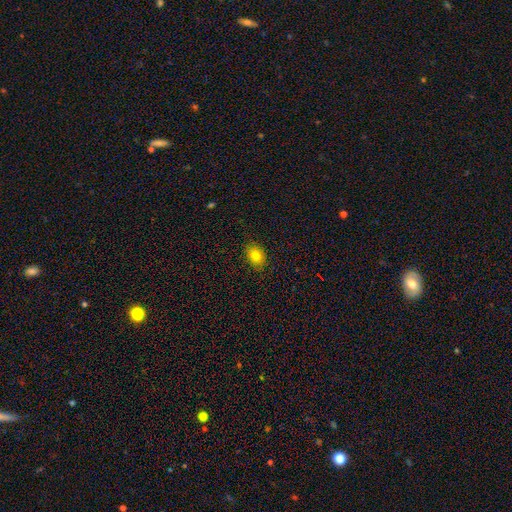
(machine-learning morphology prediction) Smooth or featured: smooth — 81% (star or artifact — 11%)
How rounded: in between — 70% (round — 29%)
Merging: none — 85% (minor disturbance — 11%)